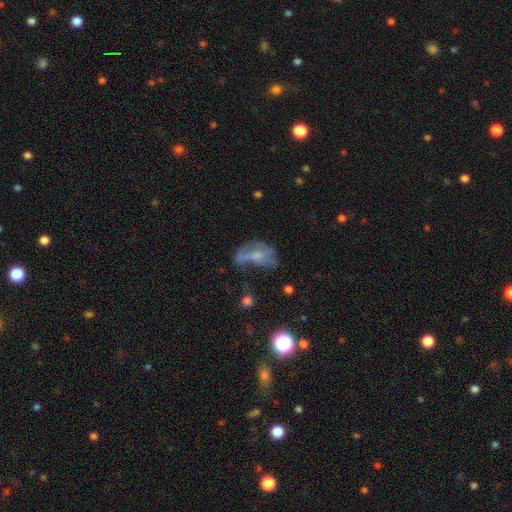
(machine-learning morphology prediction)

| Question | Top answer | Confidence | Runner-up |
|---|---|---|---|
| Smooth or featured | featured or disk | 44% | smooth (40%) |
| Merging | major disturbance | 42% | none (27%) |